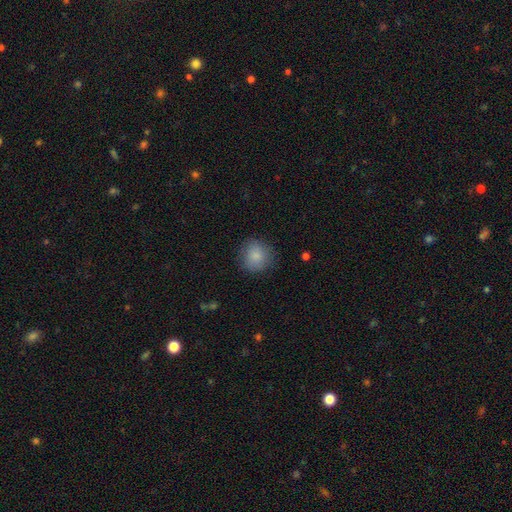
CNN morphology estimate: Overall: smooth (86%). How rounded: round (89%). Merging: none (84%).